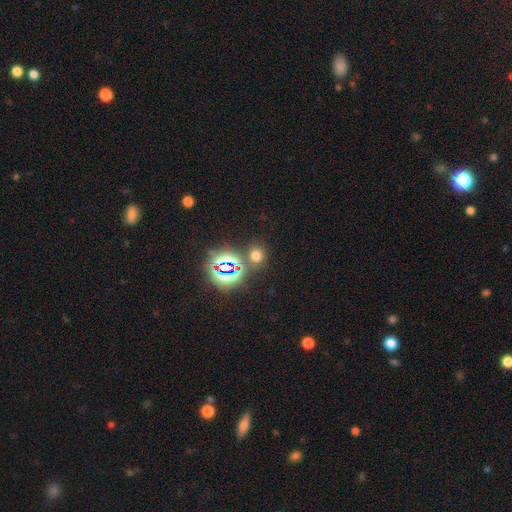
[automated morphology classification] smooth-or-featured: smooth: 58% | star or artifact: 36% | featured or disk: 6%
  how-rounded: round: 81% | in between: 18% | cigar-shaped: 1%
  merging: none: 78% | merger: 10% | minor disturbance: 8% | major disturbance: 4%